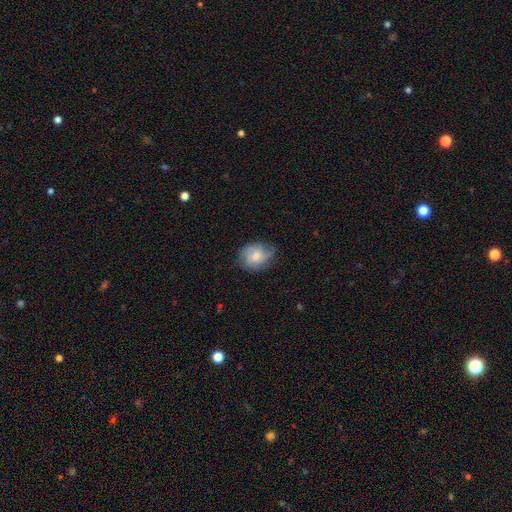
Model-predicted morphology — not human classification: Q: Smooth or featured?
A: smooth (46%); tied with: featured or disk (46%)
Q: Merging?
A: none (66%); runner-up: minor disturbance (24%)